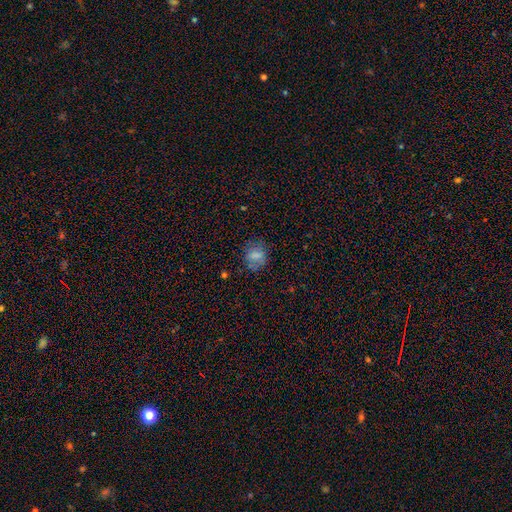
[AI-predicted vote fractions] A smooth galaxy with no disk features (74%) that is round (65%).

Vote fractions:
- Smooth or featured? smooth: 74% / featured or disk: 15% / star or artifact: 12%
- How rounded? round: 65% / in between: 34% / cigar-shaped: 1%
- Merging? none: 74% / minor disturbance: 18% / major disturbance: 7% / merger: 2%